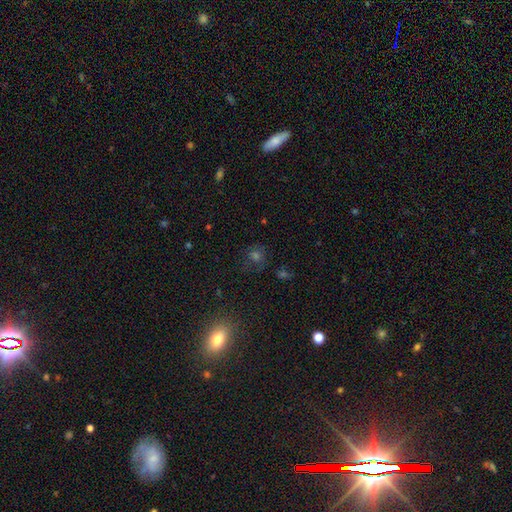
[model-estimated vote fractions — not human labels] The model was most divided on "smooth or featured": smooth: 50%, star or artifact: 37%, featured or disk: 13%. More confident: how rounded — round (76%); merging — none (75%).